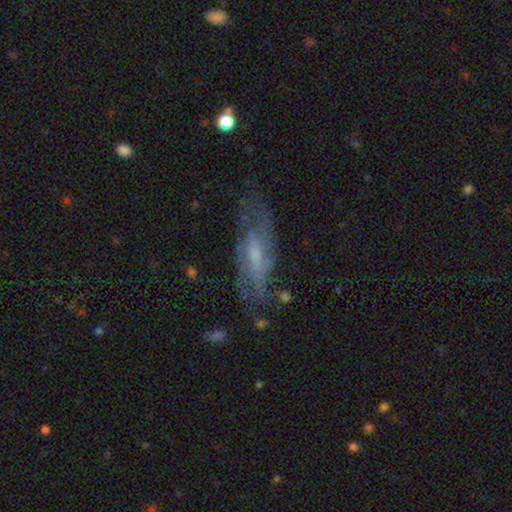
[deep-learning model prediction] A featured or disk galaxy (72%) with a weak bar (46%), spiral arms (84%) and a small central bulge (46%). Merging: none (65%).